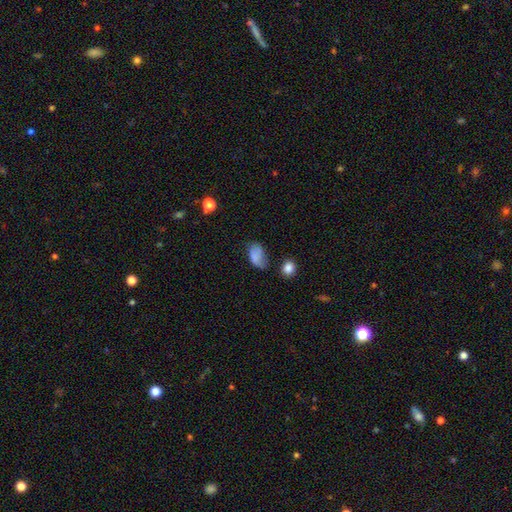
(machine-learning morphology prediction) A smooth galaxy with no disk features (77%) that is in between round and cigar-shaped (89%). Merging: none (48%).